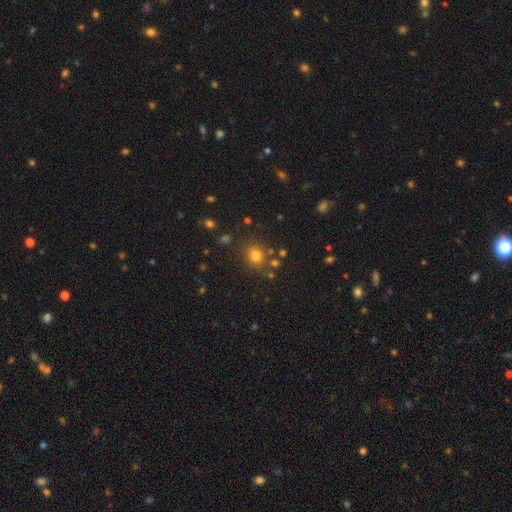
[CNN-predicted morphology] Overall: smooth (76%). How rounded: round (69%; in between 30%). Merging: none (74%).